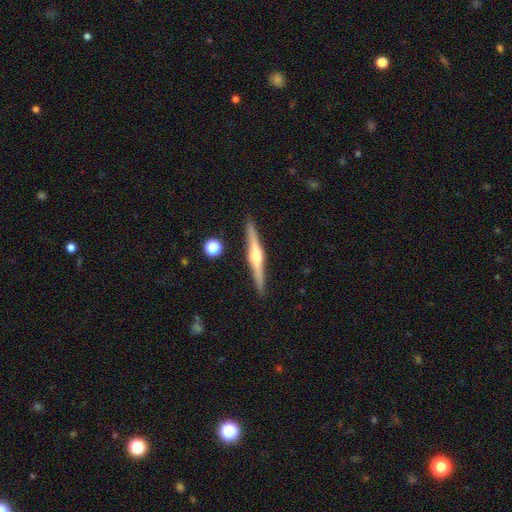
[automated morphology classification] smooth_or_featured: featured or disk (p=0.79) [alt: smooth p=0.15]
disk_edge_on: yes (p=0.98) [alt: no p=0.02]
edge_on_bulge: rounded (p=0.93) [alt: boxy p=0.04]
merging: none (p=0.91) [alt: minor disturbance p=0.06]